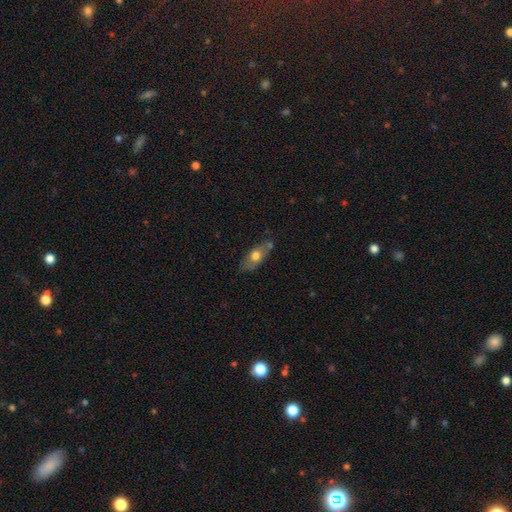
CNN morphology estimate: Smooth or featured: smooth — 61% (featured or disk — 33%)
How rounded: in between — 75% (cigar-shaped — 18%)
Merging: none — 61% (minor disturbance — 23%)